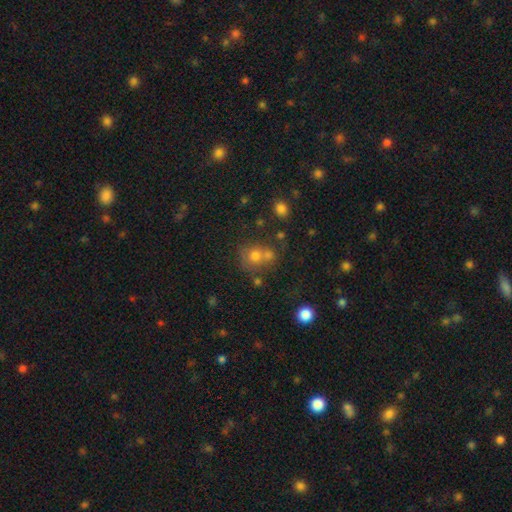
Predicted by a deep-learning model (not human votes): This is likely a smooth galaxy (68%). How rounded: likely round (76%). Merging: marginally merger (42%).